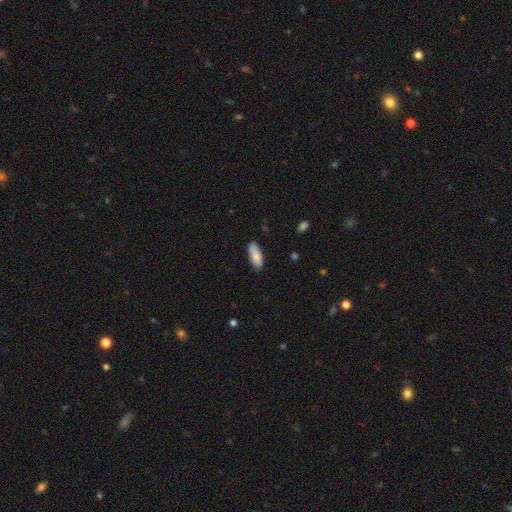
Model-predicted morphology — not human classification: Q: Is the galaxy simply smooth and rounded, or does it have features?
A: smooth — 87%.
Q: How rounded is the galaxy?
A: in between — 78%.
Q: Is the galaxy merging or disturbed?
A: none — 85%.